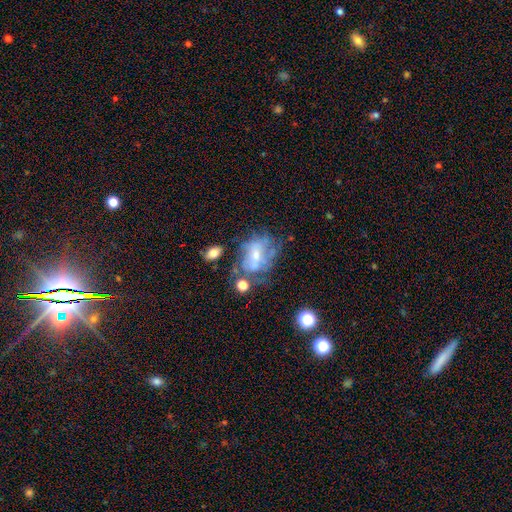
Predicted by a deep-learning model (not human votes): smooth-or-featured: featured or disk: 63% | smooth: 25% | star or artifact: 12%
  disk-edge-on: no: 96% | yes: 4%
    bar: no: 65% | weak: 27% | strong: 7%
    has-spiral-arms: yes: 54% | no: 46%
    bulge-size: small: 56% | moderate: 36% | none: 4% | large: 3% | dominant: 1%
  merging: none: 39% | major disturbance: 27% | minor disturbance: 22% | merger: 12%